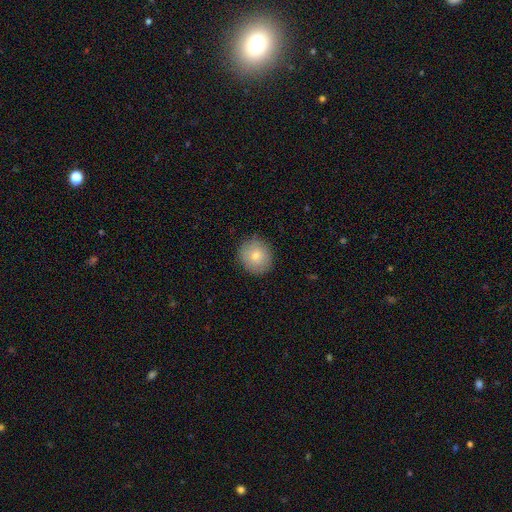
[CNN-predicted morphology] This is likely a smooth galaxy (78%). How rounded: clearly round (85%). Merging: clearly none (87%).